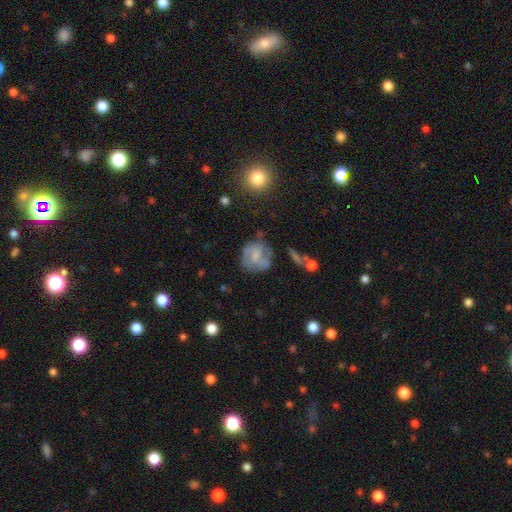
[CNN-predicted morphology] This appears to be a featured or disk galaxy (51%). Merging: none (59%).